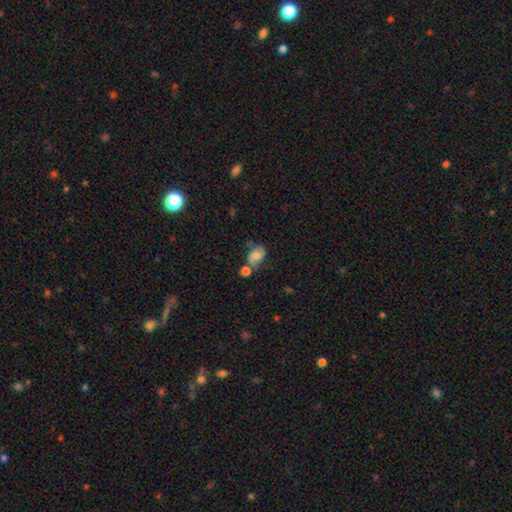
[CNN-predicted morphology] type=smooth (54%); roundness=in between (74%); merging=none (38%).